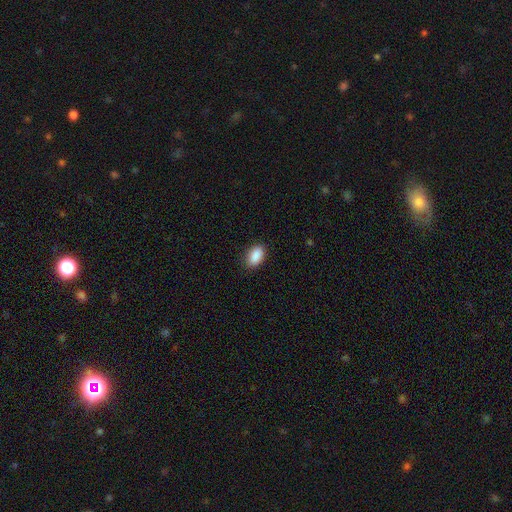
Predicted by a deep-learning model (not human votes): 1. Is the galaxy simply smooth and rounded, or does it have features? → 90% smooth, 7% star or artifact, 3% featured or disk.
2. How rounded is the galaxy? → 92% in between, 5% round, 3% cigar-shaped.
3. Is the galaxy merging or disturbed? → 87% none, 10% minor disturbance, 2% major disturbance, 1% merger.